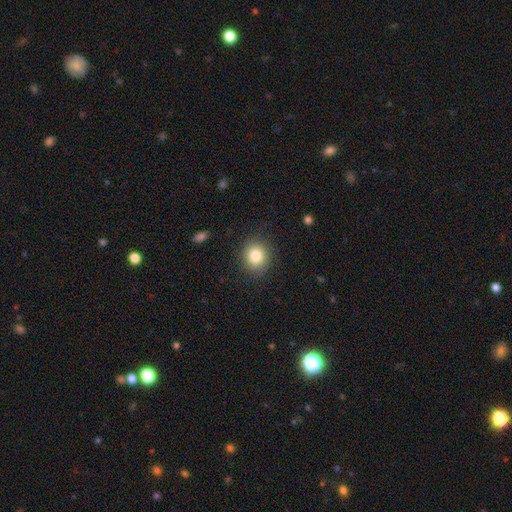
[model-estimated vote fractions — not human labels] Q: Smooth or featured?
A: smooth (83%); runner-up: star or artifact (10%)
Q: How rounded?
A: round (79%); runner-up: in between (21%)
Q: Merging?
A: none (87%); runner-up: minor disturbance (9%)